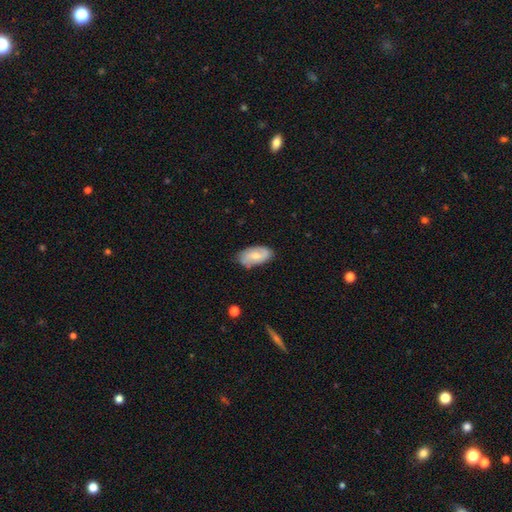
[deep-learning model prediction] smooth-or-featured: smooth: 54% | featured or disk: 40% | star or artifact: 6%
  how-rounded: in between: 93% | round: 4% | cigar-shaped: 3%
  merging: none: 74% | minor disturbance: 21% | major disturbance: 4% | merger: 2%